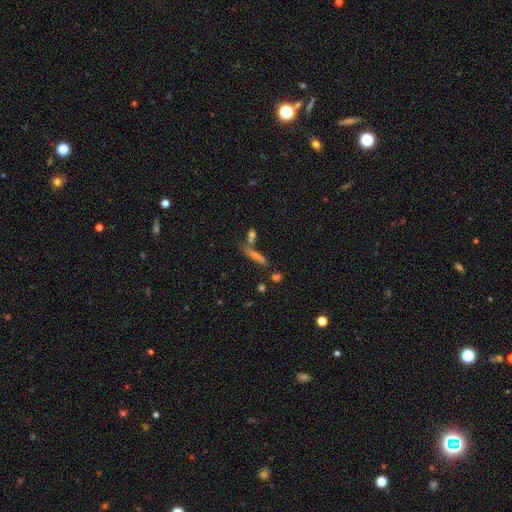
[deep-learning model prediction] Smooth or featured: smooth — 42% (featured or disk — 40%)
Merging: none — 66% (merger — 16%)